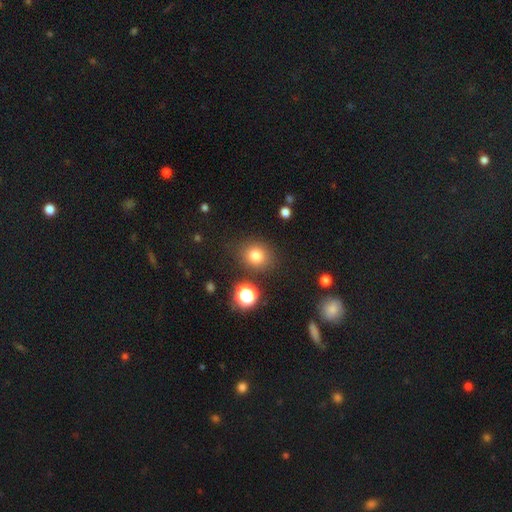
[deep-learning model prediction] The model was most divided on "how rounded": round: 73%, in between: 26%, cigar-shaped: 1%. More confident: merging — none (83%); smooth or featured — smooth (78%).